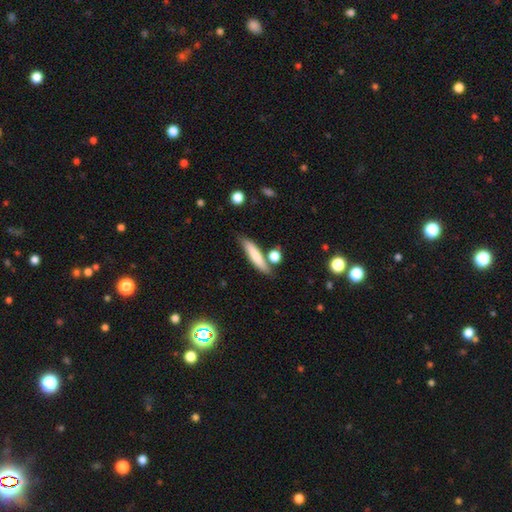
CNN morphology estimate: smooth-or-featured: smooth: 75% | featured or disk: 19% | star or artifact: 6%
  how-rounded: cigar-shaped: 81% | in between: 16% | round: 3%
  merging: none: 72% | minor disturbance: 14% | merger: 11% | major disturbance: 3%